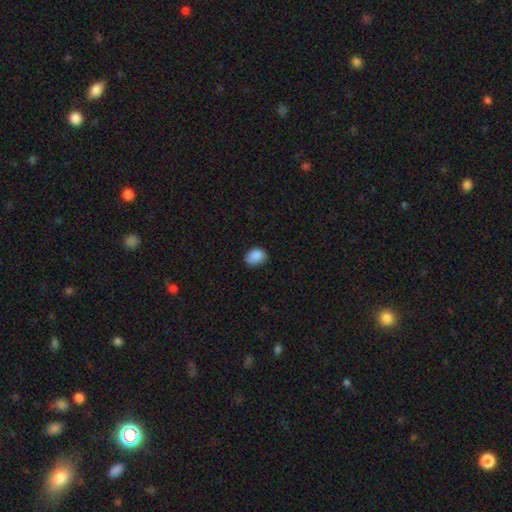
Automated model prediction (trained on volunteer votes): The model was most divided on "how rounded": in between: 66%, round: 33%, cigar-shaped: 1%. More confident: smooth or featured — smooth (88%); merging — none (72%).